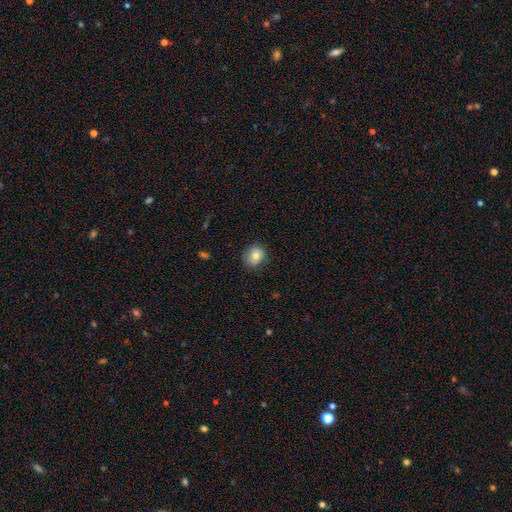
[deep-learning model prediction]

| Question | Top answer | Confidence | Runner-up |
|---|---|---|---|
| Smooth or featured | smooth | 77% | featured or disk (14%) |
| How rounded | round | 70% | in between (30%) |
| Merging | none | 81% | minor disturbance (14%) |